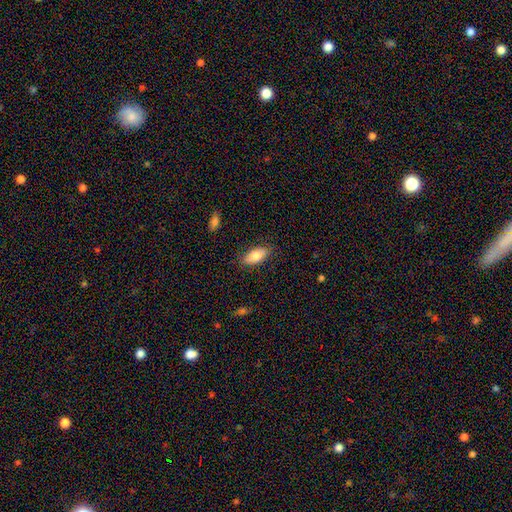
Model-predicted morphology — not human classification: smooth-or-featured: smooth: 80% | featured or disk: 13% | star or artifact: 7%
  how-rounded: in between: 89% | cigar-shaped: 8% | round: 3%
  merging: none: 85% | minor disturbance: 12% | major disturbance: 3% | merger: 1%